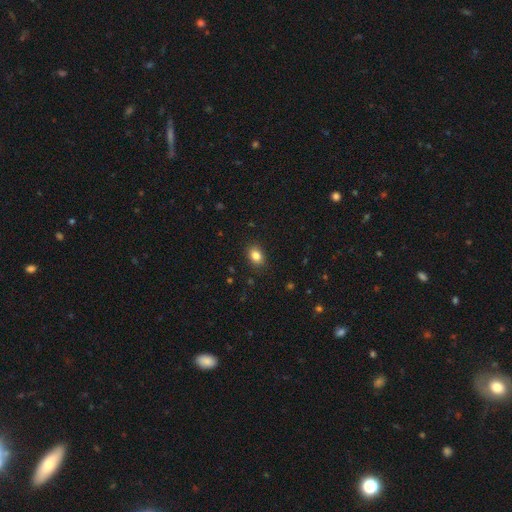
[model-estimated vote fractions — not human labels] Smooth or featured? smooth (84%)
How rounded? in between (70%)
Merging? none (89%)